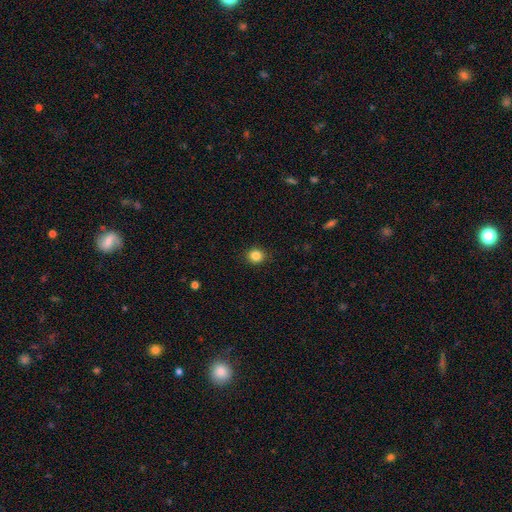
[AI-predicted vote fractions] This appears to be a smooth galaxy with no disk features (85%) that is round (84%). Merging: none (91%).